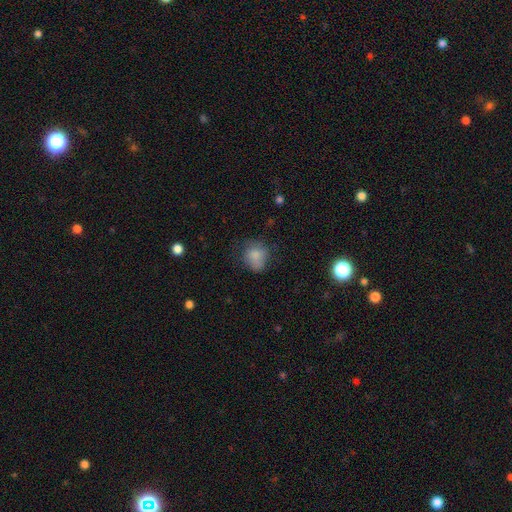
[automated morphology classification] The model was most divided on "merging": none: 54%, minor disturbance: 28%, major disturbance: 13%, merger: 5%. More confident: smooth or featured — smooth (80%); how rounded — round (66%).